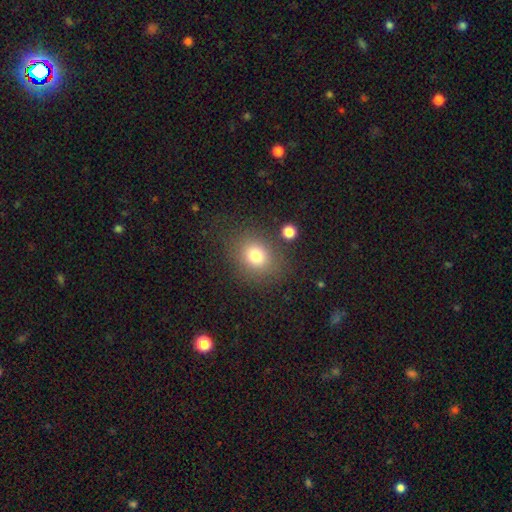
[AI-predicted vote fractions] Smooth or featured? Predicted: smooth (p=0.77). How rounded? Predicted: round (p=0.59). Merging? Predicted: none (p=0.78).